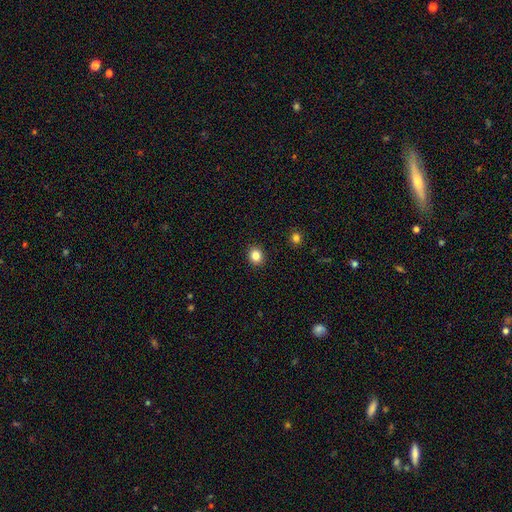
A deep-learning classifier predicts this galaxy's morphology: This is clearly a smooth galaxy (85%). How rounded: likely round (69%). Merging: clearly none (92%).